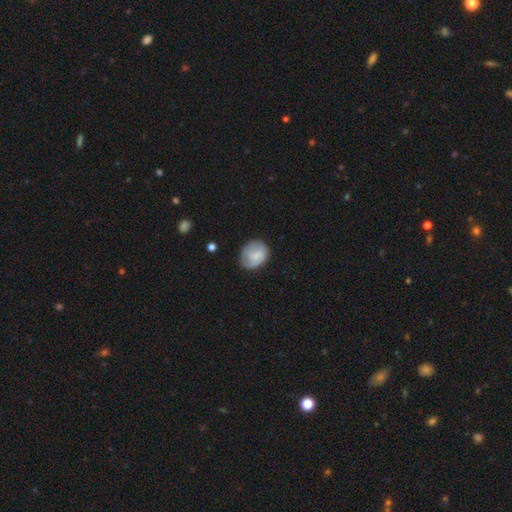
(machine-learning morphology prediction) Smooth or featured: smooth — 68% (featured or disk — 25%)
How rounded: round — 57% (in between — 42%)
Merging: none — 64% (minor disturbance — 25%)